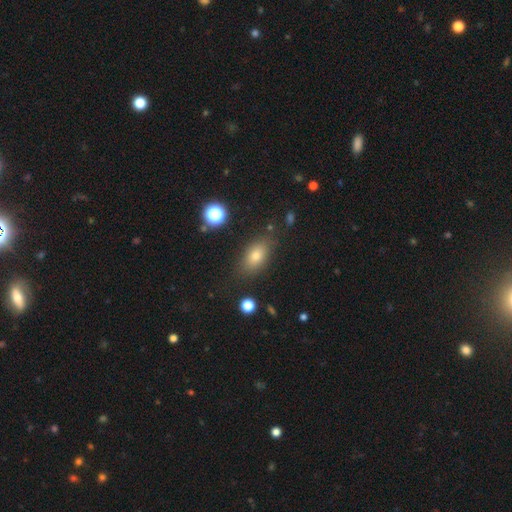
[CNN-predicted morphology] type=smooth (73%); roundness=in between (81%); merging=none (81%).